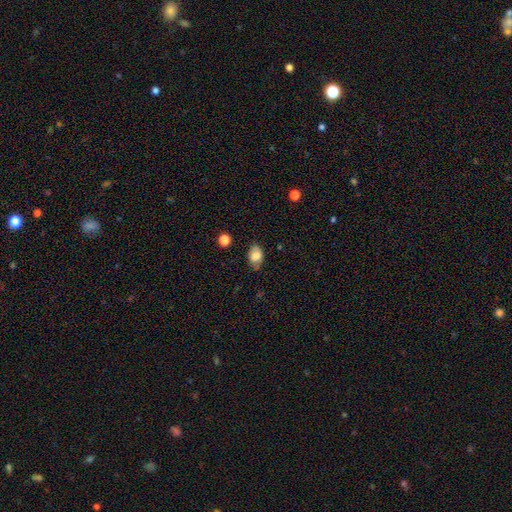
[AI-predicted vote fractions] A smooth galaxy with no disk features (76%) that is in between round and cigar-shaped (86%). Merging: none (75%).